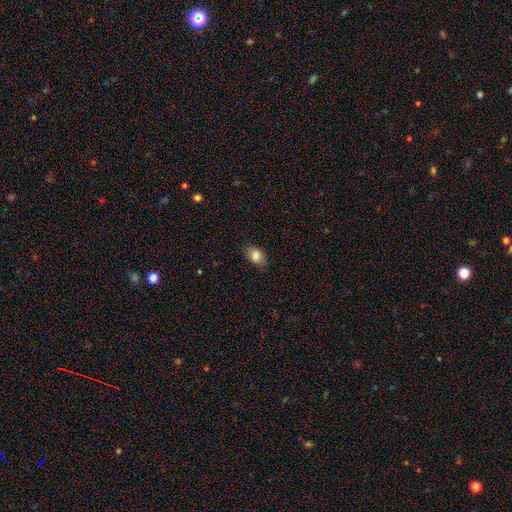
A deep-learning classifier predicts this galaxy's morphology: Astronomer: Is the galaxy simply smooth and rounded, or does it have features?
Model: smooth — 84%.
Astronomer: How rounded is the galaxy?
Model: in between — 78%.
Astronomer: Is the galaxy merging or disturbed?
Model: none — 81%.